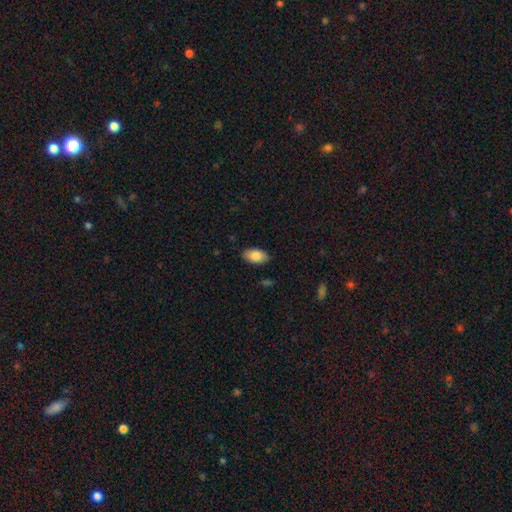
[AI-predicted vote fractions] A smooth galaxy with no disk features (86%) that is in between round and cigar-shaped (94%).

Vote fractions:
- Smooth or featured? smooth: 86% / featured or disk: 7% / star or artifact: 7%
- How rounded? in between: 94% / round: 4% / cigar-shaped: 2%
- Merging? none: 85% / minor disturbance: 11% / major disturbance: 2% / merger: 1%